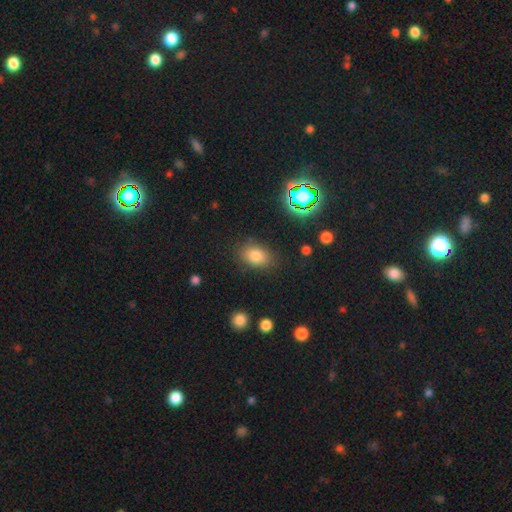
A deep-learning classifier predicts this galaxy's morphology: smooth 79%, star or artifact 13%, featured or disk 8%. Down the decision tree: how rounded — in between (81%); merging — none (81%).